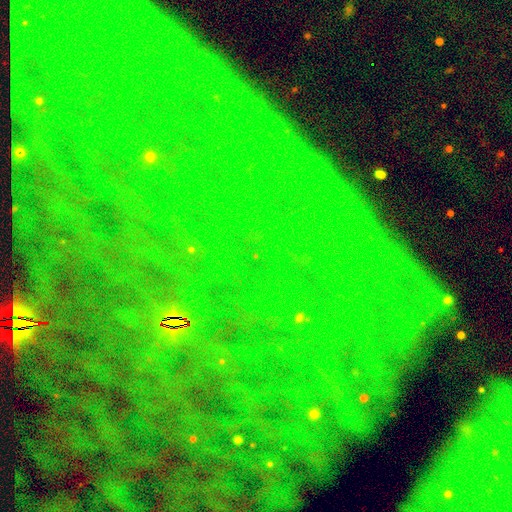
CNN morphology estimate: A star or artifact, not a galaxy (85%).

Vote fractions:
- Smooth or featured? star or artifact: 85% / smooth: 7% / featured or disk: 7%